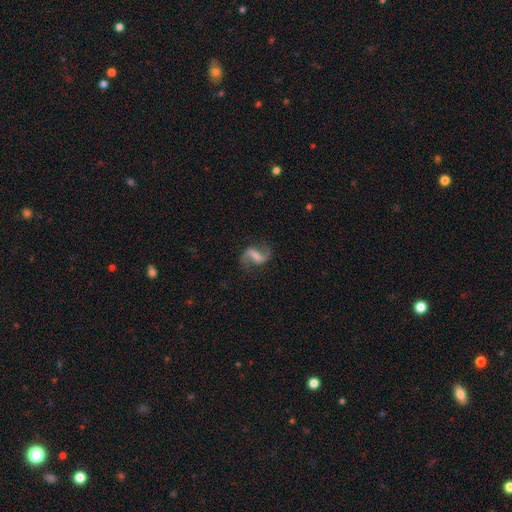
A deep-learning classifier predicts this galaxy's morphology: smooth_or_featured: featured or disk (p=0.85) [alt: smooth p=0.09]
disk_edge_on: no (p=0.97) [alt: yes p=0.03]
bar: weak (p=0.42) [alt: strong p=0.41]
has_spiral_arms: yes (p=0.95) [alt: no p=0.05]
spiral_winding: loose (p=0.66) [alt: medium p=0.28]
spiral_arm_count: 2 (p=0.93) [alt: 1 p=0.02]
bulge_size: none (p=0.39) [alt: small p=0.30]
merging: none (p=0.77) [alt: minor disturbance p=0.13]